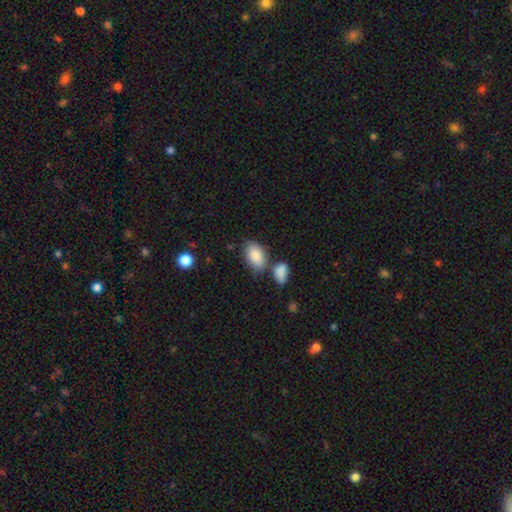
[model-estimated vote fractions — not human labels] This appears to be a smooth galaxy with no disk features (87%) that is in between round and cigar-shaped (92%). Merging: none (58%).